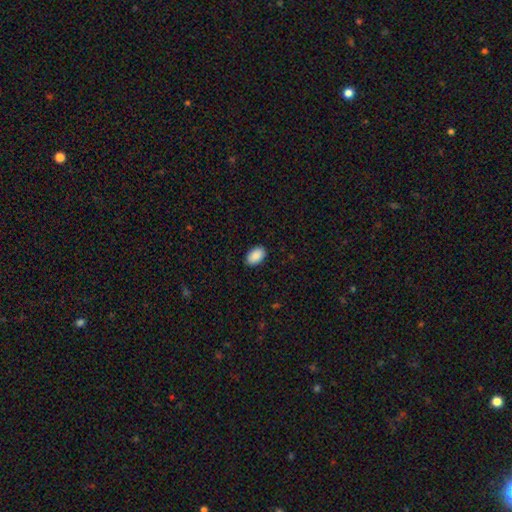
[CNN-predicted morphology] The model was most divided on "merging": none: 90%, minor disturbance: 8%, major disturbance: 2%, merger: 1%. More confident: how rounded — in between (92%); smooth or featured — smooth (90%).